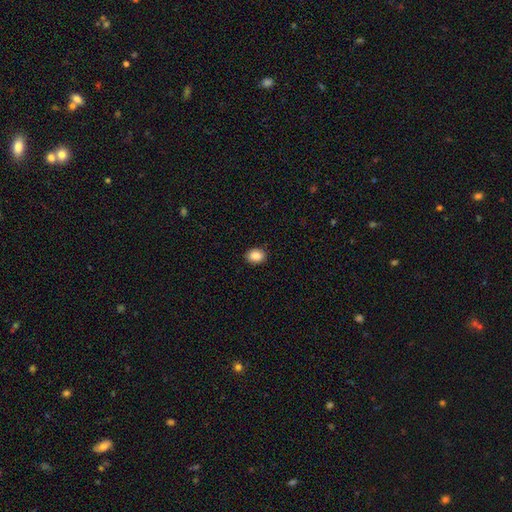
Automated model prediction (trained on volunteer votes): Smooth or featured? smooth (86%)
How rounded? in between (59%)
Merging? none (90%)